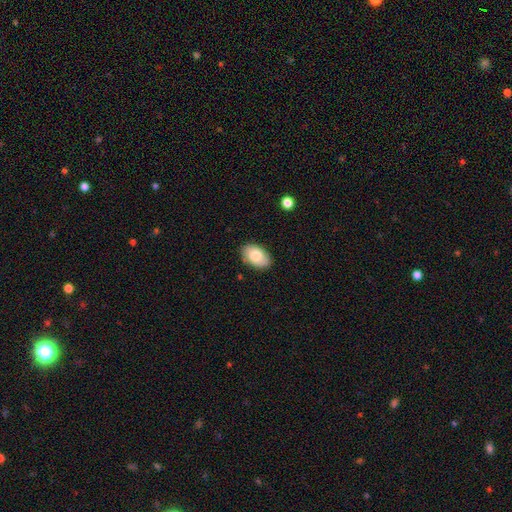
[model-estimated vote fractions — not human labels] smooth 79%, featured or disk 14%, star or artifact 7%. Down the decision tree: how rounded — in between (91%); merging — none (85%).